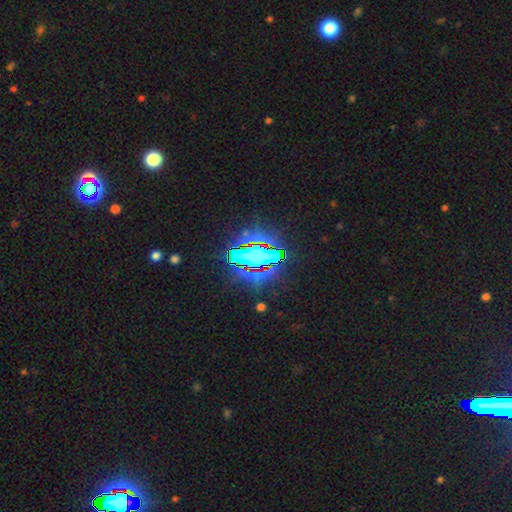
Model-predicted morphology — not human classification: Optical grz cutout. It shows a star or artifact, not a galaxy (73%).